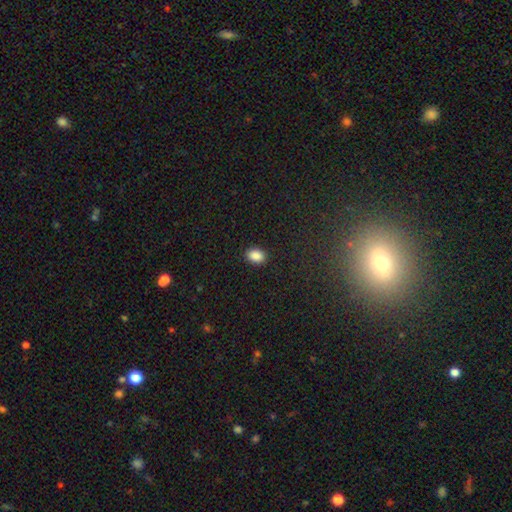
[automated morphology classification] type=smooth (88%); roundness=in between (75%); merging=none (90%).